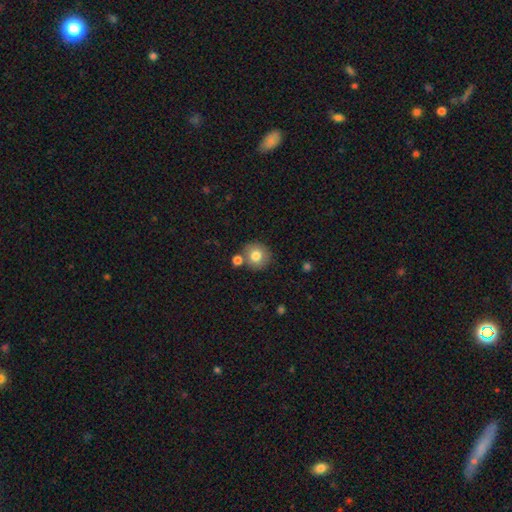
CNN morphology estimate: This appears to be a smooth galaxy with no disk features (79%) that is round (90%). Merging: none (71%).